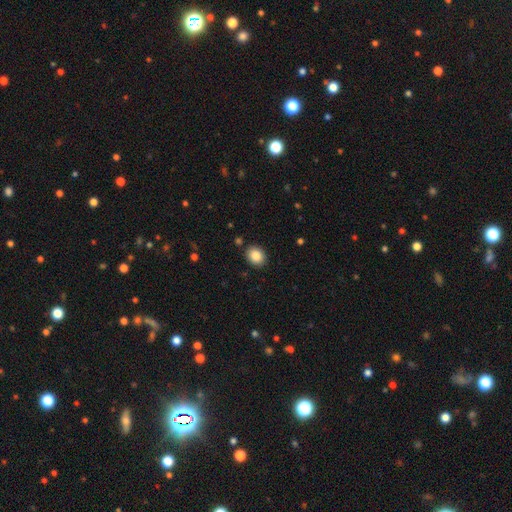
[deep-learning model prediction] A smooth galaxy with no disk features (87%) that is round (55%). Merging: none (88%).